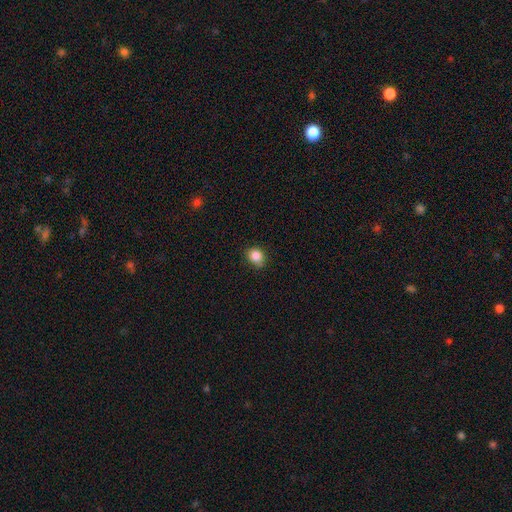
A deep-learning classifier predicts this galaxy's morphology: Smooth or featured: smooth — 85% (star or artifact — 10%)
How rounded: round — 65% (in between — 34%)
Merging: none — 77% (minor disturbance — 18%)